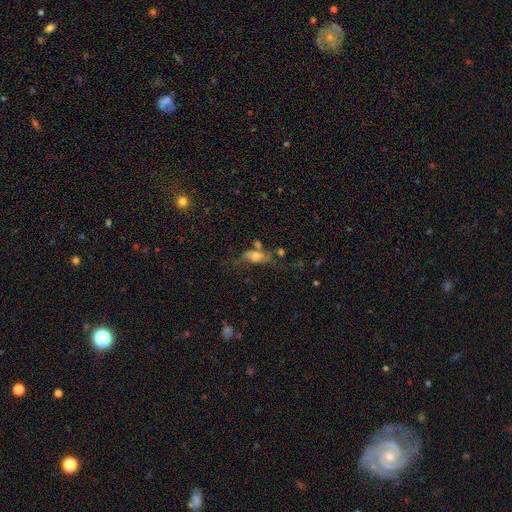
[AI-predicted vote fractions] A smooth galaxy with no disk features (53%) that is in between round and cigar-shaped (76%). Merging: none (36%).